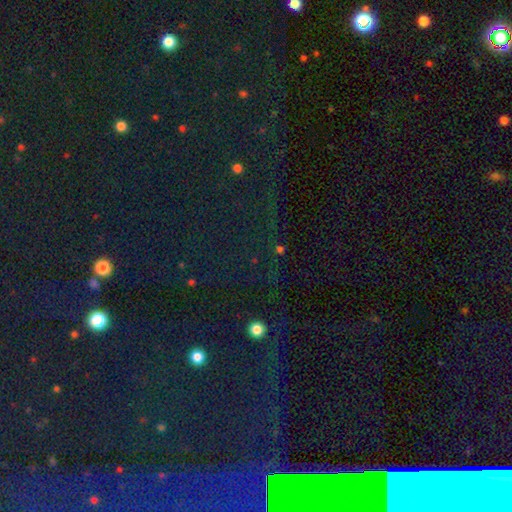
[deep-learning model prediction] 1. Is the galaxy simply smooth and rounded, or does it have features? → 78% star or artifact, 14% smooth, 8% featured or disk.